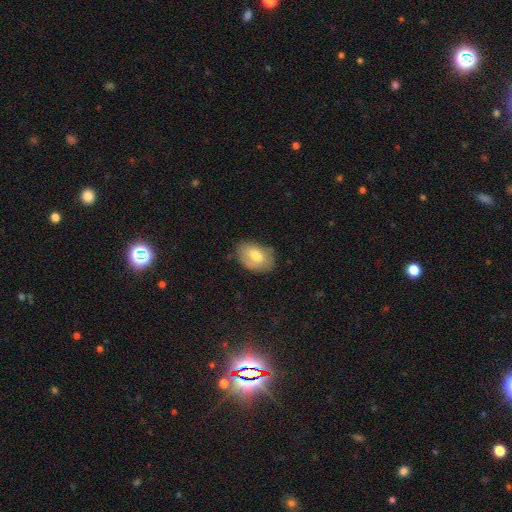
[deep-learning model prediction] This appears to be a smooth galaxy with no disk features (68%) that is in between round and cigar-shaped (86%). Merging: none (68%).